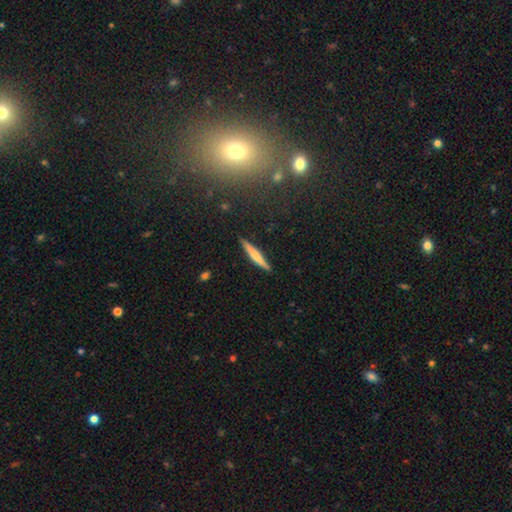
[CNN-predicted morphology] A smooth galaxy with no disk features (54%) that is cigar-shaped (94%).

Vote fractions:
- Smooth or featured? smooth: 54% / featured or disk: 39% / star or artifact: 6%
- How rounded? cigar-shaped: 94% / in between: 5% / round: 1%
- Merging? none: 90% / minor disturbance: 7% / major disturbance: 2% / merger: 1%